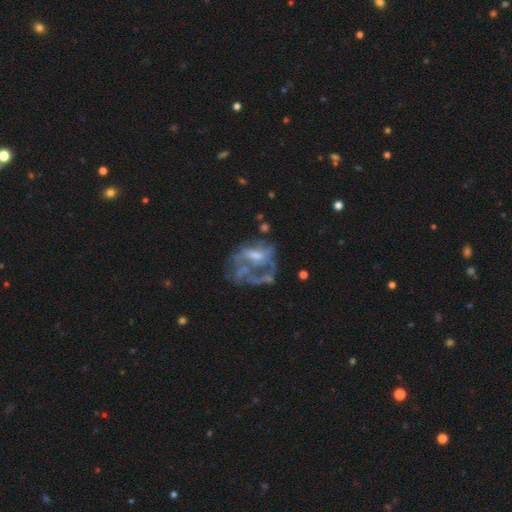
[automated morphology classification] smooth_or_featured: featured or disk (p=0.69) [alt: smooth p=0.18]
disk_edge_on: no (p=0.97) [alt: yes p=0.03]
bar: no (p=0.63) [alt: weak p=0.29]
has_spiral_arms: no (p=0.66) [alt: yes p=0.34]
bulge_size: moderate (p=0.34) [tied with: small p=0.34]
merging: major disturbance (p=0.43) [alt: none p=0.30]